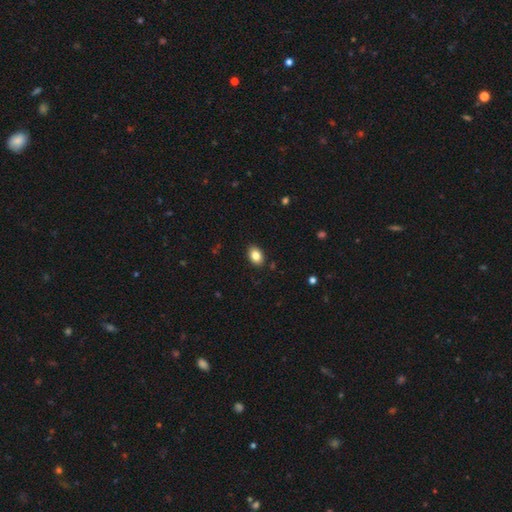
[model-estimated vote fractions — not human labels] Smooth or featured? smooth (84%)
How rounded? in between (82%)
Merging? none (89%)